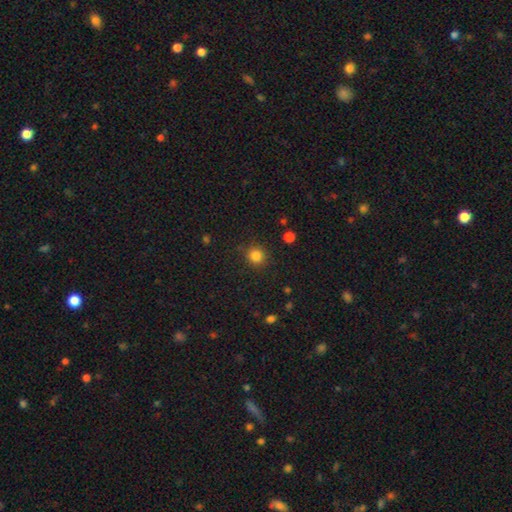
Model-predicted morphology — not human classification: Q: Smooth or featured?
A: smooth (83%); runner-up: star or artifact (12%)
Q: How rounded?
A: round (93%); runner-up: in between (6%)
Q: Merging?
A: none (88%); runner-up: minor disturbance (8%)